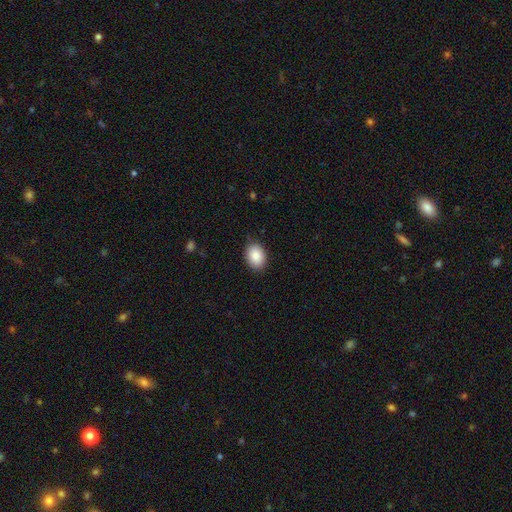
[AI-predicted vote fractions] smooth 88%, star or artifact 7%, featured or disk 5%. Down the decision tree: how rounded — in between (78%); merging — none (85%).